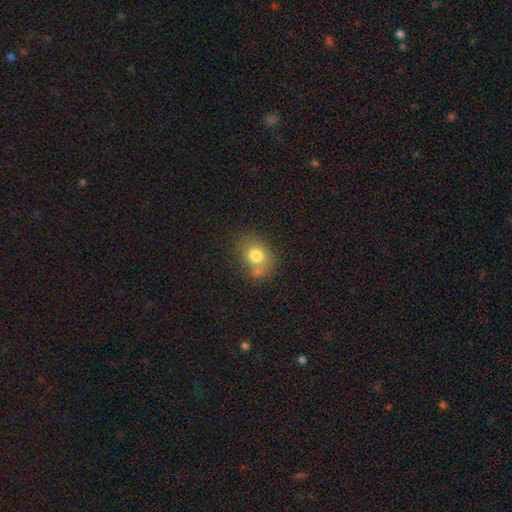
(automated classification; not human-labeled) This appears to be a smooth galaxy with no disk features (77%) that is round (54%). Merging: none (58%).